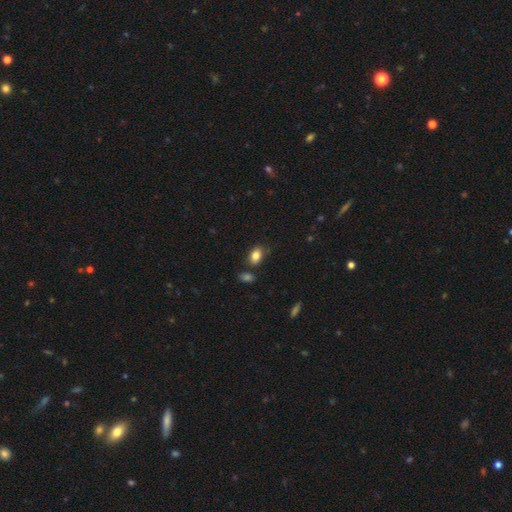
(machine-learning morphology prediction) smooth-or-featured: smooth: 83% | star or artifact: 9% | featured or disk: 7%
  how-rounded: in between: 78% | round: 21% | cigar-shaped: 1%
  merging: none: 74% | minor disturbance: 15% | merger: 8% | major disturbance: 4%